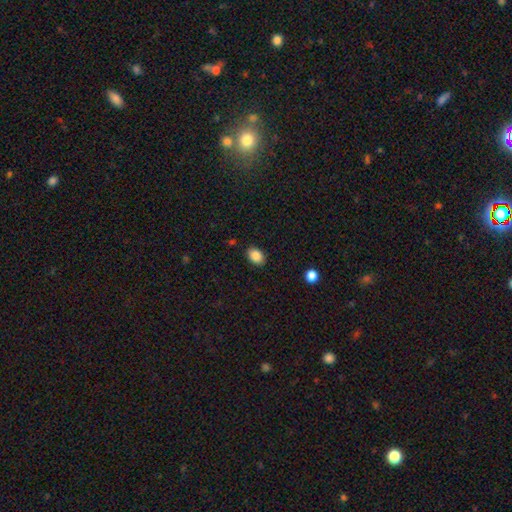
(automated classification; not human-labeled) Morphology: type=smooth (87%); roundness=in between (78%); merging=none (88%).